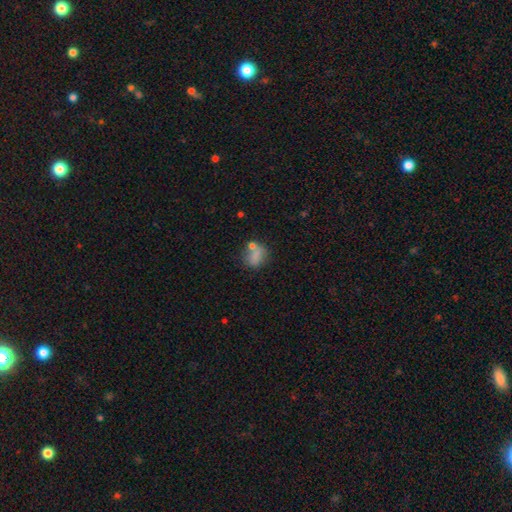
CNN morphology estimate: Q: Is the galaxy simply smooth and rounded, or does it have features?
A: smooth — 74%.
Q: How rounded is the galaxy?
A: in between — 51%.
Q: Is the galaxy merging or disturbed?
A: none — 49%.